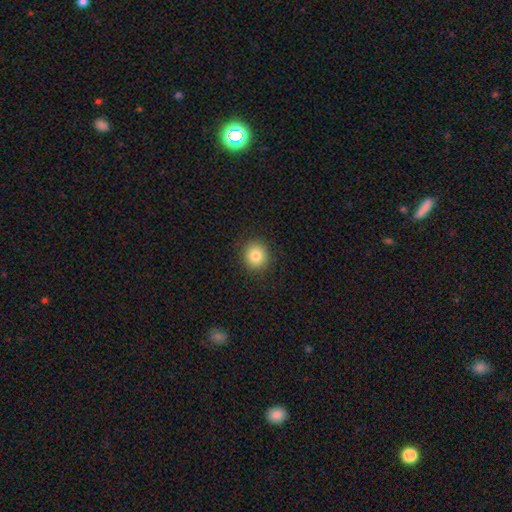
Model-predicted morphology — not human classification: A smooth galaxy with no disk features (83%) that is round (89%). Merging: none (90%).